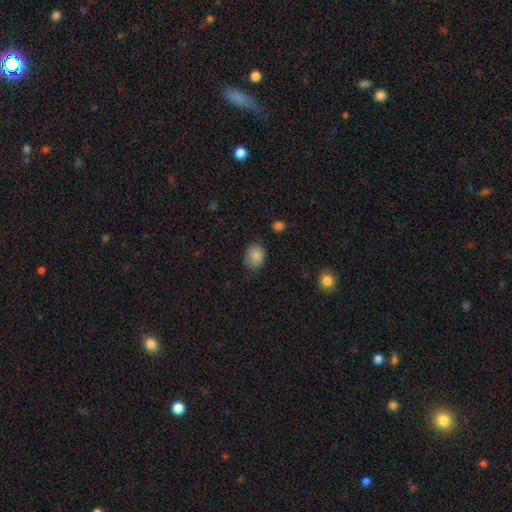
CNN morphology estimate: smooth-or-featured: smooth: 86% | star or artifact: 9% | featured or disk: 6%
  how-rounded: in between: 51% | round: 48% | cigar-shaped: 1%
  merging: none: 77% | minor disturbance: 18% | major disturbance: 4% | merger: 2%